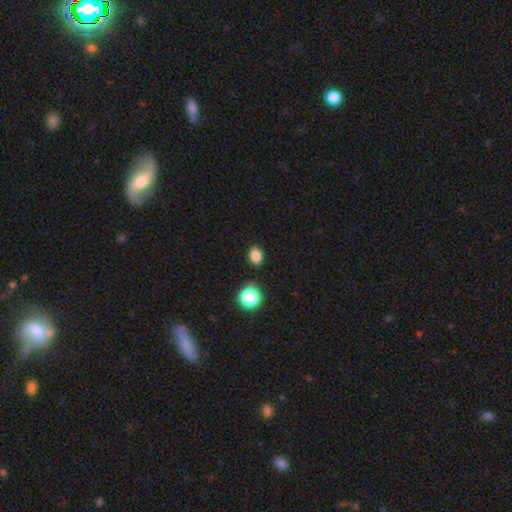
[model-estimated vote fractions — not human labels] Q: Smooth or featured?
A: smooth (83%); runner-up: star or artifact (13%)
Q: How rounded?
A: in between (61%); runner-up: round (38%)
Q: Merging?
A: none (85%); runner-up: minor disturbance (10%)